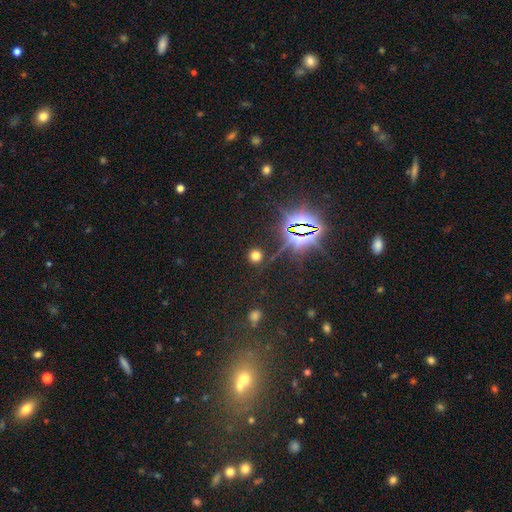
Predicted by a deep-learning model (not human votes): Smooth or featured: smooth — 57% (star or artifact — 36%)
How rounded: round — 91% (in between — 7%)
Merging: none — 87% (minor disturbance — 7%)